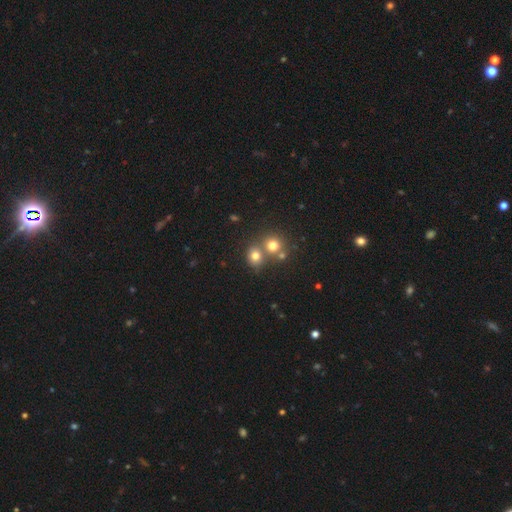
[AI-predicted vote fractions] smooth_or_featured: smooth (p=0.74) [alt: star or artifact p=0.16]
how_rounded: round (p=0.75) [alt: in between p=0.24]
merging: none (p=0.55) [alt: merger p=0.33]